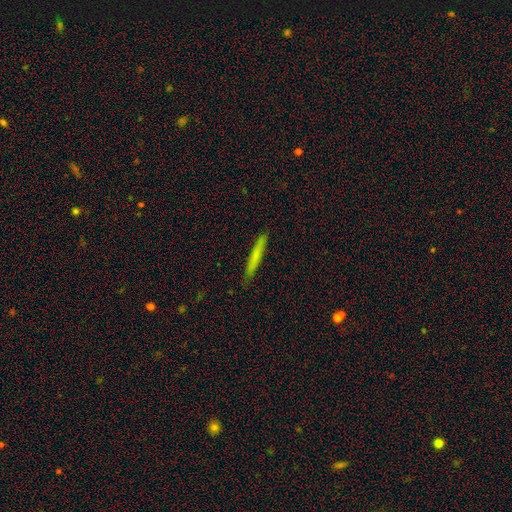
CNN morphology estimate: smooth-or-featured: smooth: 68% | featured or disk: 25% | star or artifact: 6%
  how-rounded: cigar-shaped: 96% | in between: 2% | round: 1%
  merging: none: 90% | minor disturbance: 7% | major disturbance: 1% | merger: 1%